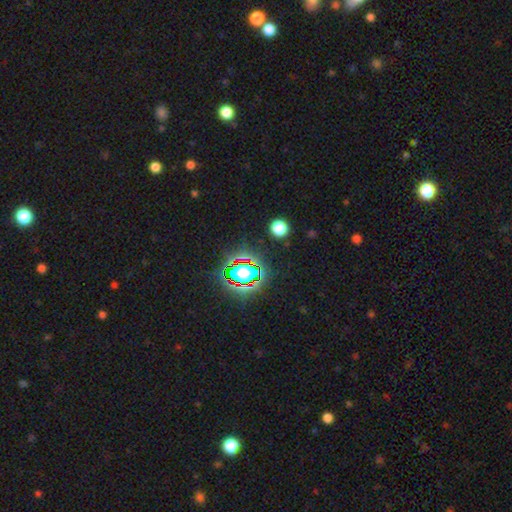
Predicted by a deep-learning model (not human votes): smooth-or-featured: star or artifact: 78% | smooth: 14% | featured or disk: 8%